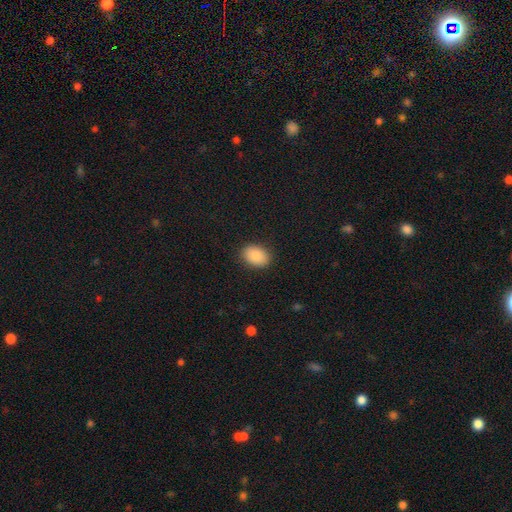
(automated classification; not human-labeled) Smooth or featured: smooth — 88% (star or artifact — 7%)
How rounded: in between — 77% (round — 22%)
Merging: none — 88% (minor disturbance — 9%)